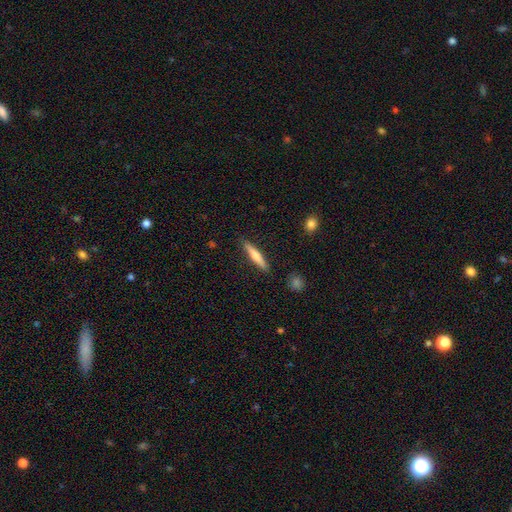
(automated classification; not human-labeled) Smooth or featured? Predicted: smooth (p=0.61). How rounded? Predicted: cigar-shaped (p=0.91). Merging? Predicted: none (p=0.89).